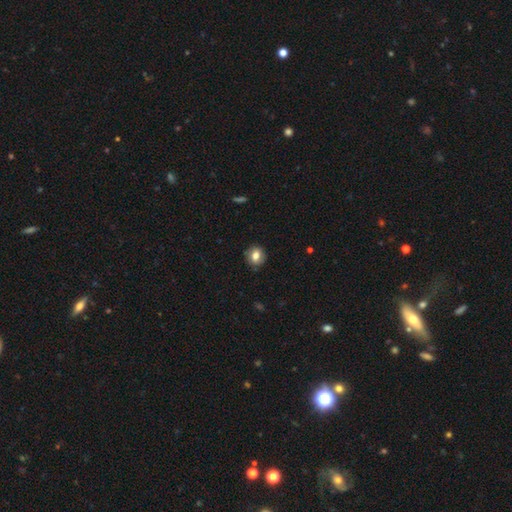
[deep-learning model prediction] This appears to be a smooth galaxy with no disk features (77%) that is round (76%). Merging: none (86%).